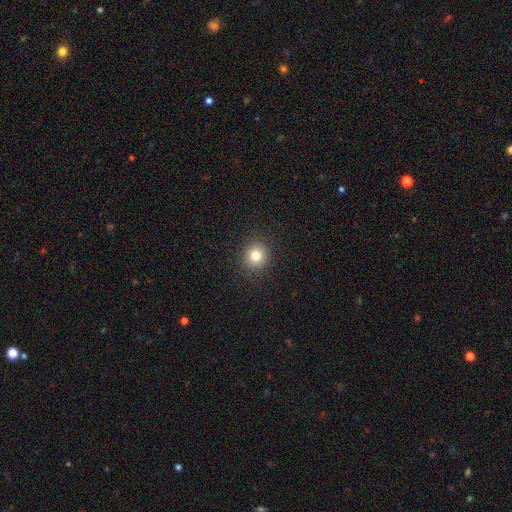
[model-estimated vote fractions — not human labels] A smooth galaxy with no disk features (81%) that is round (89%). Merging: none (91%).